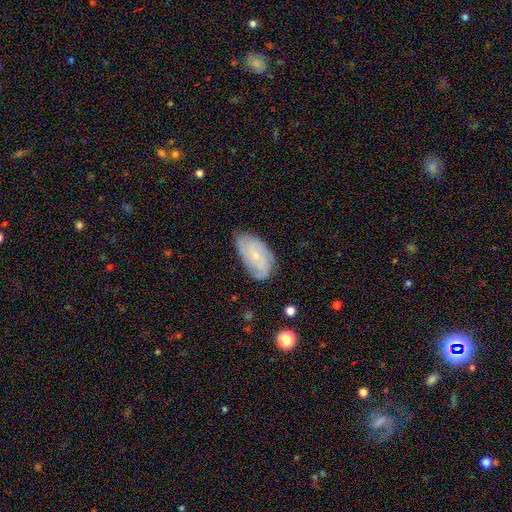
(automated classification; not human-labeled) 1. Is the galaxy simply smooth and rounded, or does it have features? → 54% featured or disk, 38% smooth, 8% star or artifact.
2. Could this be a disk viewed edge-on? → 94% no, 6% yes.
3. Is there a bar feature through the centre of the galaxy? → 76% no, 20% weak, 4% strong.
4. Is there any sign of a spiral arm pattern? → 81% yes, 19% no.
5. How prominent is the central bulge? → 77% small, 17% moderate, 4% none, 1% large, 1% dominant.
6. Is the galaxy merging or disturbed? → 65% none, 27% minor disturbance, 6% major disturbance, 2% merger.